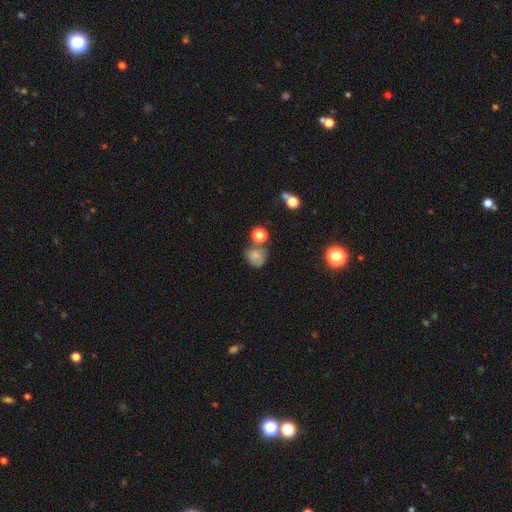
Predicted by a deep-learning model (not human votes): smooth 69%, featured or disk 16%, star or artifact 15%. Down the decision tree: how rounded — round (76%); merging — none (49%).